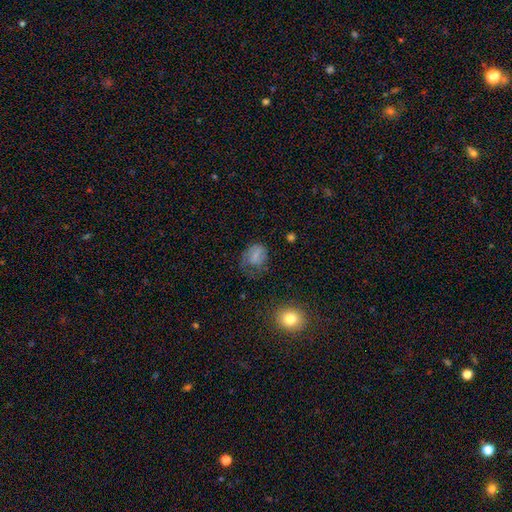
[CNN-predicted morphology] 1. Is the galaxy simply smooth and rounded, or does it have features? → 64% smooth, 24% featured or disk, 12% star or artifact.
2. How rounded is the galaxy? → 51% round, 48% in between, 1% cigar-shaped.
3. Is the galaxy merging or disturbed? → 41% none, 30% minor disturbance, 27% major disturbance, 2% merger.